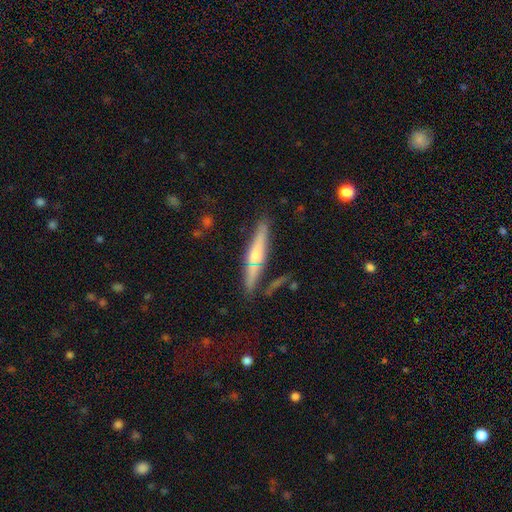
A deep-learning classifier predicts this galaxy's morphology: Smooth or featured? featured or disk (51%)
Edge-on disk? yes (93%)
Merging? none (74%)